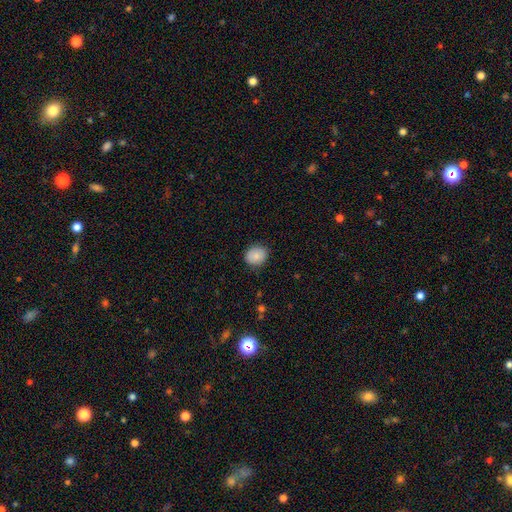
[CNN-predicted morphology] smooth_or_featured: smooth (p=0.85) [alt: star or artifact p=0.08]
how_rounded: round (p=0.67) [alt: in between p=0.32]
merging: none (p=0.85) [alt: minor disturbance p=0.11]